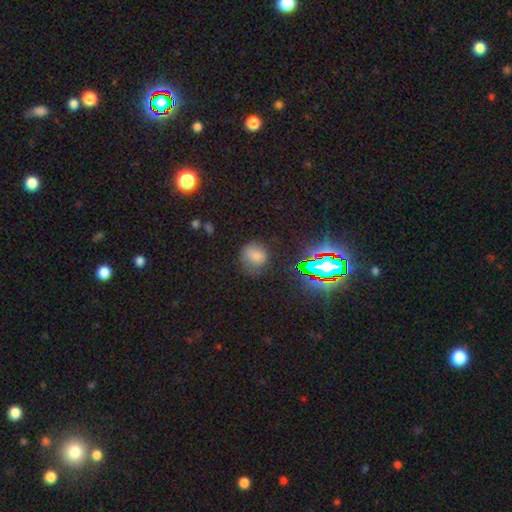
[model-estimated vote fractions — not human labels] Smooth or featured?
  - smooth: 70% *
  - star or artifact: 19%
  - featured or disk: 10%
How rounded?
  - round: 79% *
  - in between: 19%
  - cigar-shaped: 1%
Merging?
  - none: 66% *
  - minor disturbance: 23%
  - major disturbance: 9%
  - merger: 2%